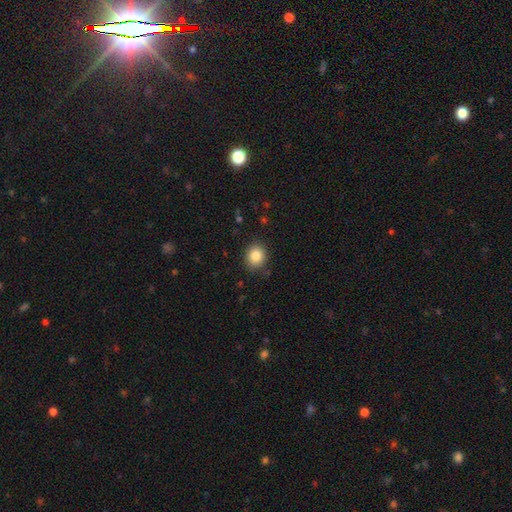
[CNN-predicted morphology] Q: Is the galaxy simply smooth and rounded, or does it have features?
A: smooth — 85%.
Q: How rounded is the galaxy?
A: round — 70%.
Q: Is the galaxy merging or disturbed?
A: none — 86%.